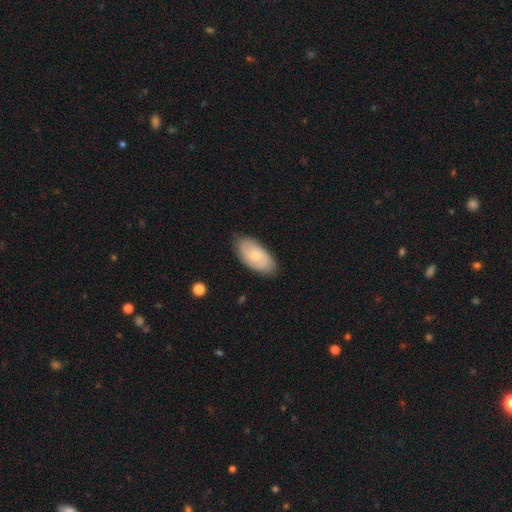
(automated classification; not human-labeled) smooth-or-featured: smooth: 54% | featured or disk: 40% | star or artifact: 6%
  how-rounded: in between: 93% | cigar-shaped: 4% | round: 3%
  merging: none: 81% | minor disturbance: 15% | major disturbance: 3% | merger: 1%